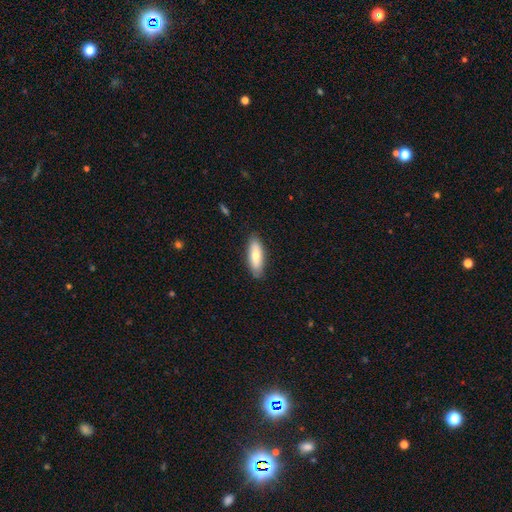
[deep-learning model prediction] A smooth galaxy with no disk features (73%) that is in between round and cigar-shaped (62%).

Vote fractions:
- Smooth or featured? smooth: 73% / featured or disk: 21% / star or artifact: 6%
- How rounded? in between: 62% / cigar-shaped: 36% / round: 2%
- Merging? none: 86% / minor disturbance: 11% / major disturbance: 2% / merger: 1%